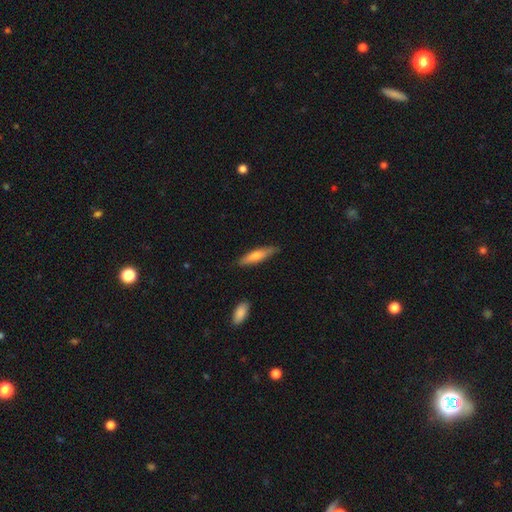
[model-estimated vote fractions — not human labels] Overall: smooth (68%). How rounded: cigar-shaped (79%). Merging: none (85%).